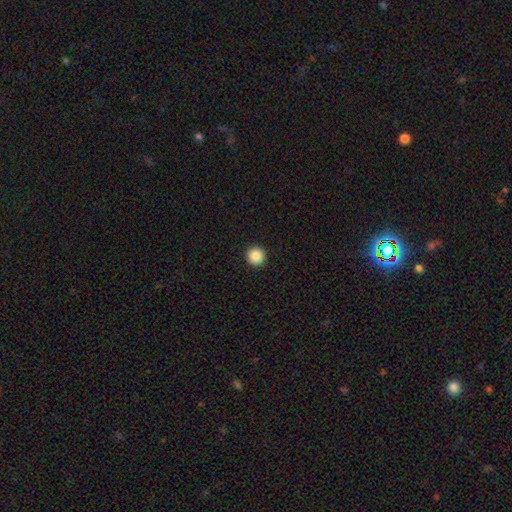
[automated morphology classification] A smooth galaxy with no disk features (88%) that is round (97%).

Vote fractions:
- Smooth or featured? smooth: 88% / star or artifact: 9% / featured or disk: 3%
- How rounded? round: 97% / in between: 2% / cigar-shaped: 1%
- Merging? none: 94% / minor disturbance: 4% / major disturbance: 1% / merger: 1%